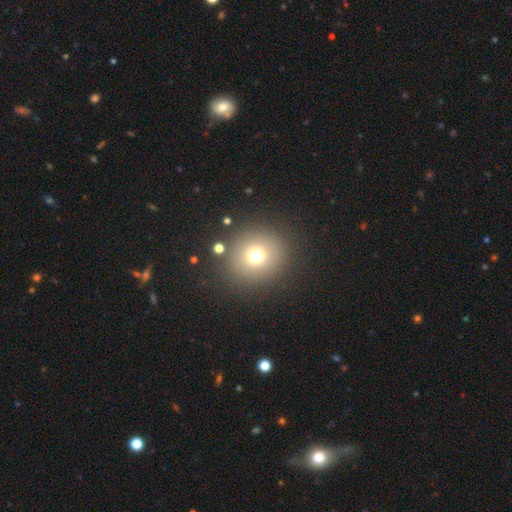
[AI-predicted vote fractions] smooth 71%, star or artifact 18%, featured or disk 11%. Down the decision tree: how rounded — round (89%); merging — none (86%).